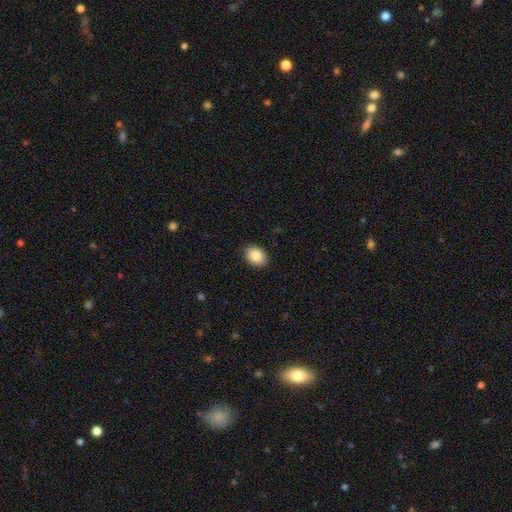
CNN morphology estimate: smooth_or_featured: smooth (p=0.86) [alt: star or artifact p=0.08]
how_rounded: in between (p=0.63) [alt: round p=0.36]
merging: none (p=0.90) [alt: minor disturbance p=0.07]